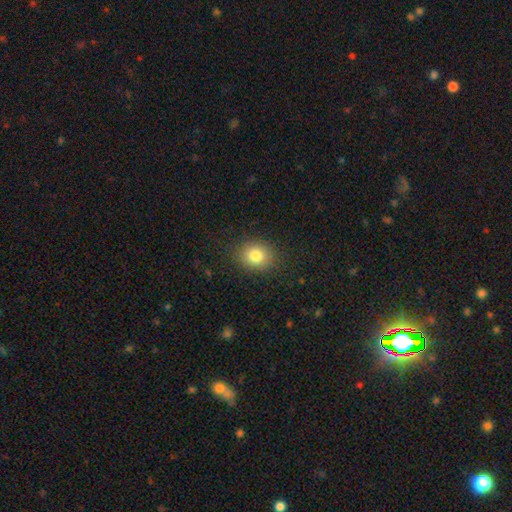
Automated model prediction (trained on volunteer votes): Overall: smooth (81%). How rounded: round (65%; in between 34%). Merging: none (87%).